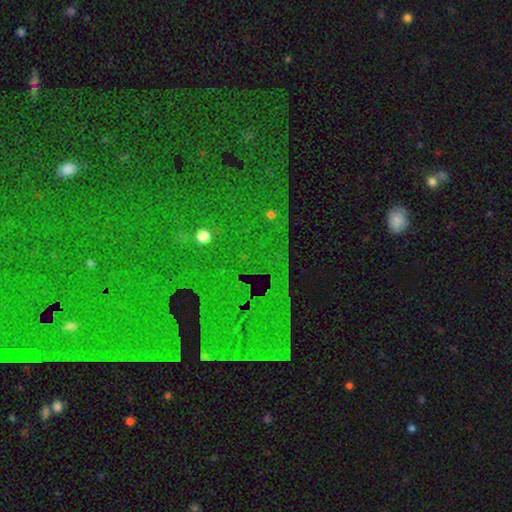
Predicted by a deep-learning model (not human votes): smooth_or_featured: star or artifact (p=0.79) [alt: featured or disk p=0.11]